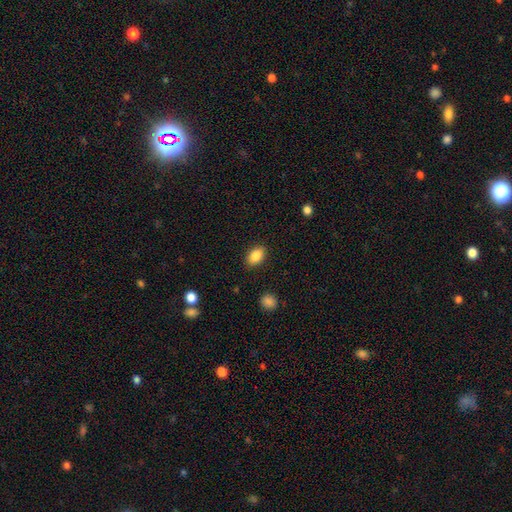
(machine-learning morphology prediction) smooth_or_featured: smooth (p=0.87) [alt: star or artifact p=0.08]
how_rounded: in between (p=0.88) [alt: round p=0.10]
merging: none (p=0.87) [alt: minor disturbance p=0.09]